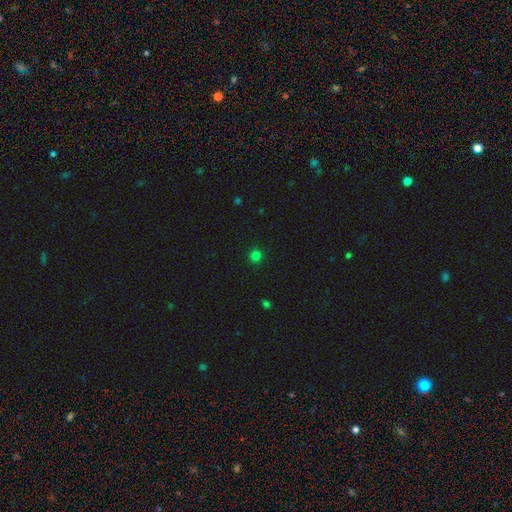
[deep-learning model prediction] smooth-or-featured: smooth: 78% | star or artifact: 18% | featured or disk: 4%
  how-rounded: round: 93% | in between: 6% | cigar-shaped: 1%
  merging: none: 91% | minor disturbance: 6% | major disturbance: 2% | merger: 1%